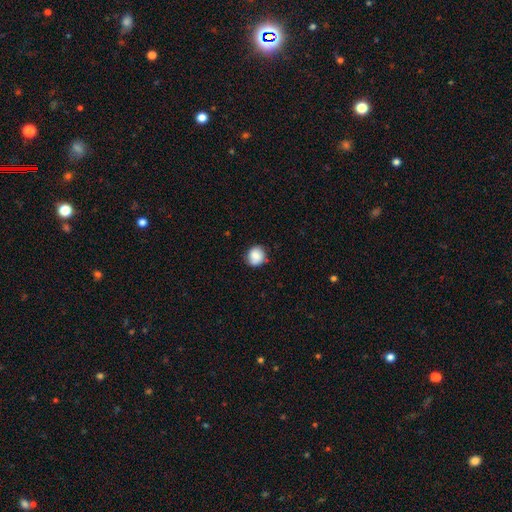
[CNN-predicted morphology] The model was most divided on "merging": none: 81%, minor disturbance: 15%, major disturbance: 3%, merger: 1%. More confident: how rounded — round (84%); smooth or featured — smooth (80%).